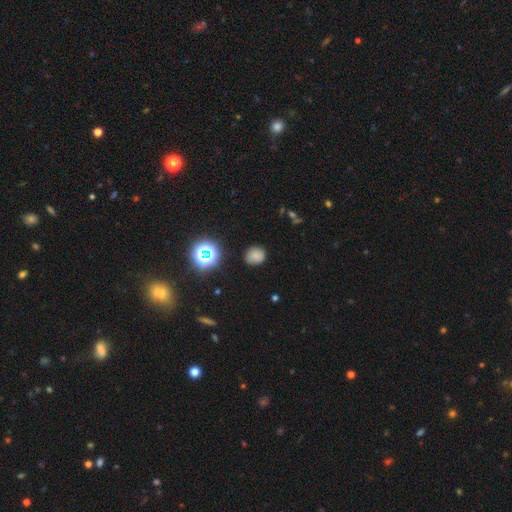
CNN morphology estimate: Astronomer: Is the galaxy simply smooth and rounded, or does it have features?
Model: smooth — 73%.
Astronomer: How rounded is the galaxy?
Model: round — 74%.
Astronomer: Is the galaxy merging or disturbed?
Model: none — 82%.